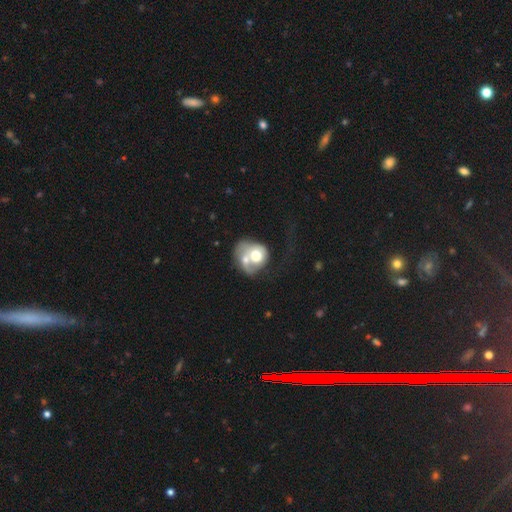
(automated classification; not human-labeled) Smooth or featured?
  - smooth: 52% *
  - featured or disk: 41%
  - star or artifact: 7%
How rounded?
  - round: 62% *
  - in between: 37%
  - cigar-shaped: 1%
Merging?
  - merger: 56% *
  - major disturbance: 20%
  - none: 15%
  - minor disturbance: 10%